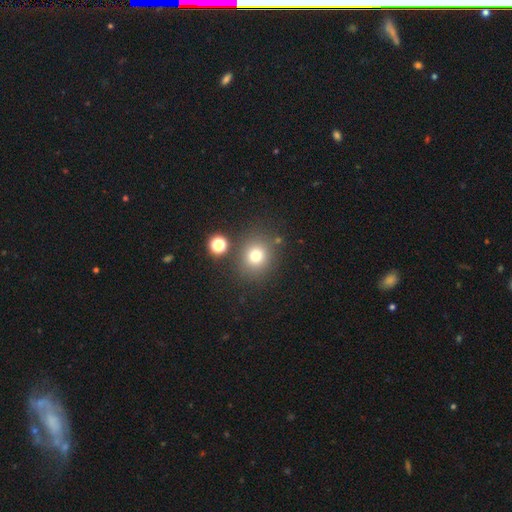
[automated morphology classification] This is likely a smooth galaxy (74%). How rounded: clearly round (85%). Merging: clearly none (80%).